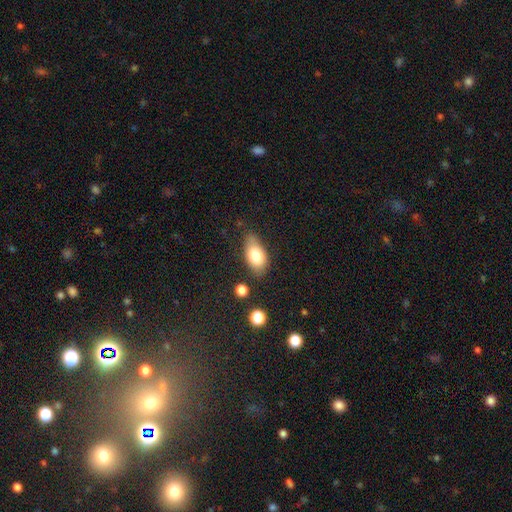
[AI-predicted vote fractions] This appears to be a smooth galaxy with no disk features (78%) that is in between round and cigar-shaped (90%). Merging: none (73%).